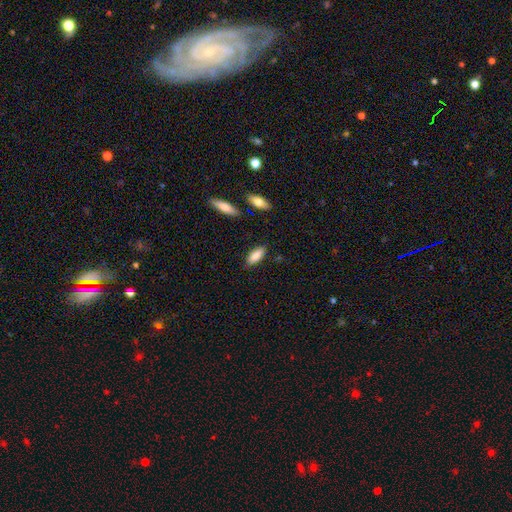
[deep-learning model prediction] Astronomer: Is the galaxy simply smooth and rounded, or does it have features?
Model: smooth — 85%.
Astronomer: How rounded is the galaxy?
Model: in between — 76%.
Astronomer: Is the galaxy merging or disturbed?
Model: none — 84%.